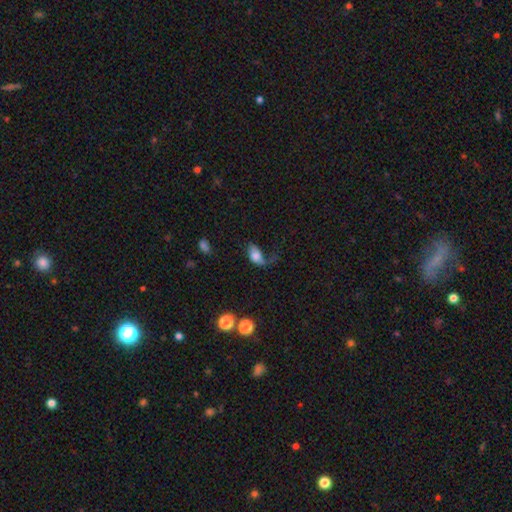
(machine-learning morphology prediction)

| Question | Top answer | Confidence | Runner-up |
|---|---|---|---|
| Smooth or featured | smooth | 64% | featured or disk (25%) |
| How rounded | in between | 88% | round (9%) |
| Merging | major disturbance | 50% | none (23%) |